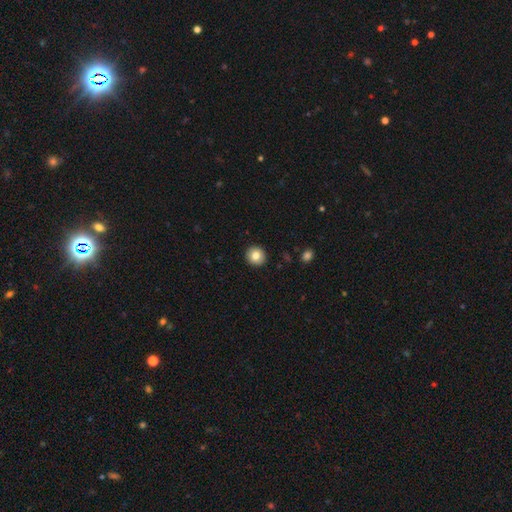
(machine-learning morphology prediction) smooth-or-featured: smooth: 81% | featured or disk: 10% | star or artifact: 9%
  how-rounded: round: 91% | in between: 8% | cigar-shaped: 1%
  merging: none: 93% | minor disturbance: 5% | major disturbance: 1% | merger: 1%